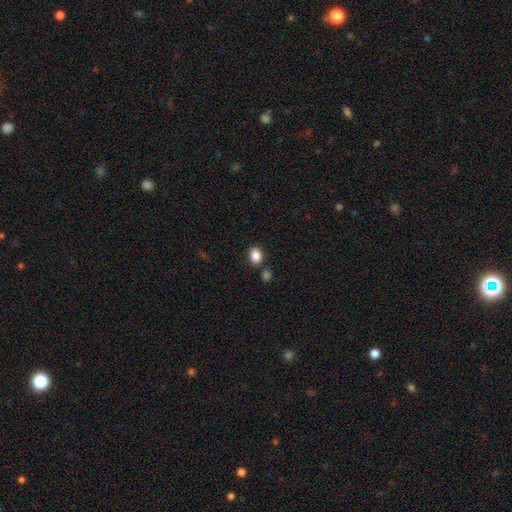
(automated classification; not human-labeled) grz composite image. It shows a smooth galaxy with no disk features (87%) that is in between round and cigar-shaped (54%). Merging: none (81%).